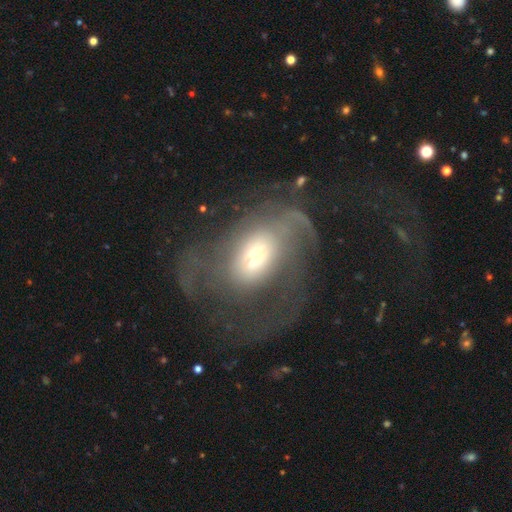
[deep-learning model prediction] This appears to be a featured or disk galaxy (65%) with no bar (69%), spiral arms (59%) and a small central bulge (49%). Merging: major disturbance (55%).